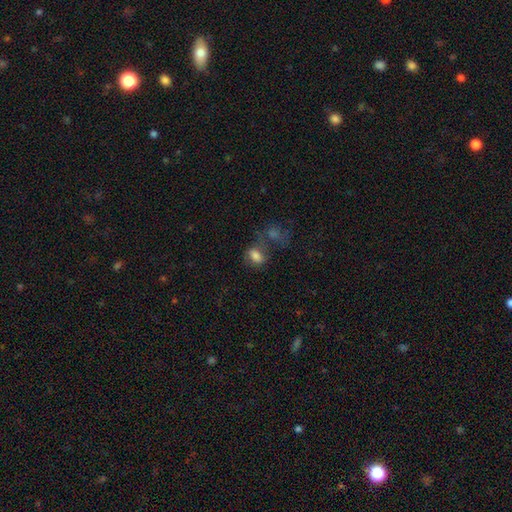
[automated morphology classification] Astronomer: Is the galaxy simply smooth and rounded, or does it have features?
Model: smooth — 76%.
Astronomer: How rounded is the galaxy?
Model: in between — 78%.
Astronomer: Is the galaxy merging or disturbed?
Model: none — 40% (runner-up: merger, 27%).